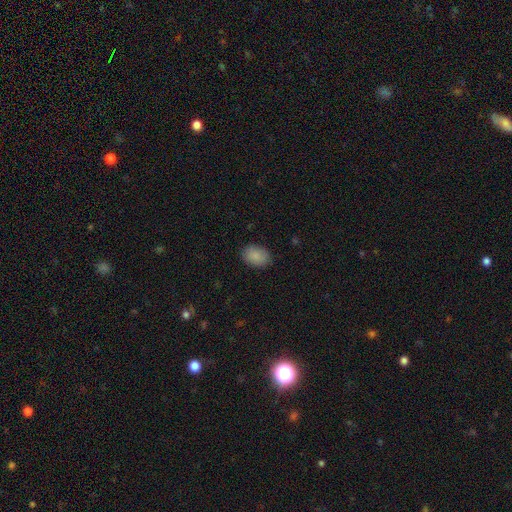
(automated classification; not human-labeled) Smooth or featured?
  - smooth: 88% *
  - star or artifact: 8%
  - featured or disk: 4%
How rounded?
  - in between: 73% *
  - round: 26%
  - cigar-shaped: 1%
Merging?
  - none: 87% *
  - minor disturbance: 10%
  - major disturbance: 3%
  - merger: 1%